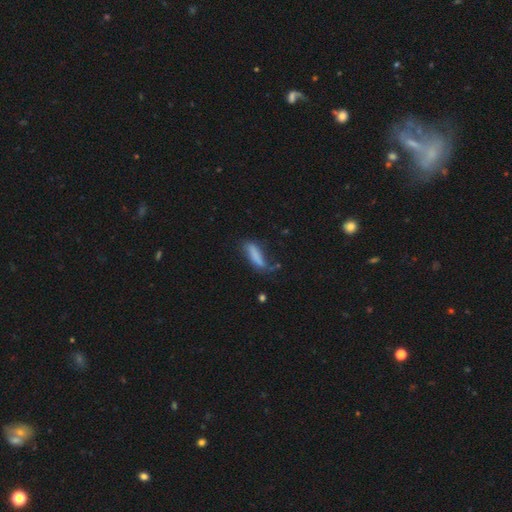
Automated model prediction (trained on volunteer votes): smooth_or_featured: smooth (p=0.72) [alt: featured or disk p=0.19]
how_rounded: cigar-shaped (p=0.58) [alt: in between p=0.39]
merging: none (p=0.43) [alt: minor disturbance p=0.31]